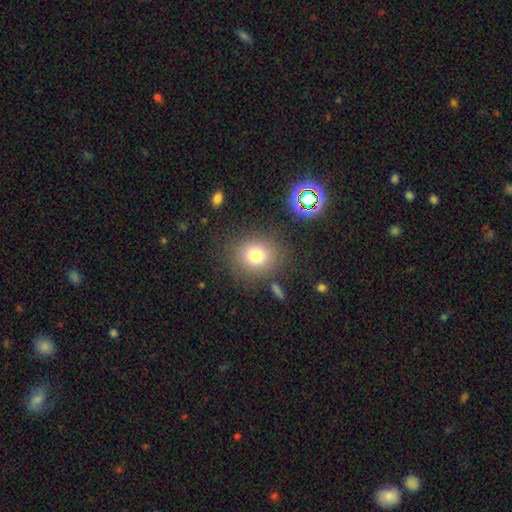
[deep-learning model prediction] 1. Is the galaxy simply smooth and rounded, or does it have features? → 78% smooth, 13% star or artifact, 9% featured or disk.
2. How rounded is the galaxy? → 77% round, 22% in between, 1% cigar-shaped.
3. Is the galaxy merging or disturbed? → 80% none, 11% minor disturbance, 5% major disturbance, 4% merger.